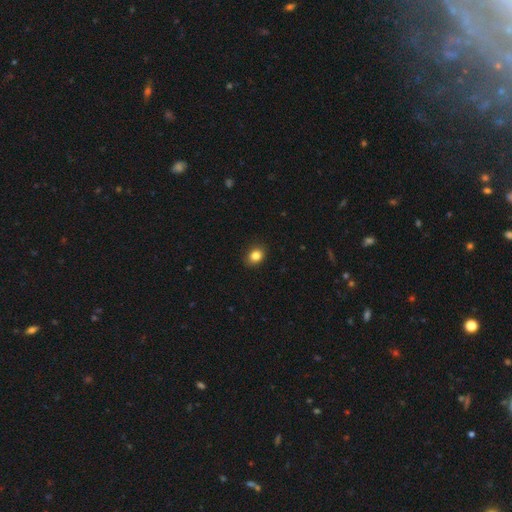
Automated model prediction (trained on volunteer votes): Smooth or featured: smooth — 84% (star or artifact — 10%)
How rounded: in between — 51% (round — 48%)
Merging: none — 88% (minor disturbance — 9%)